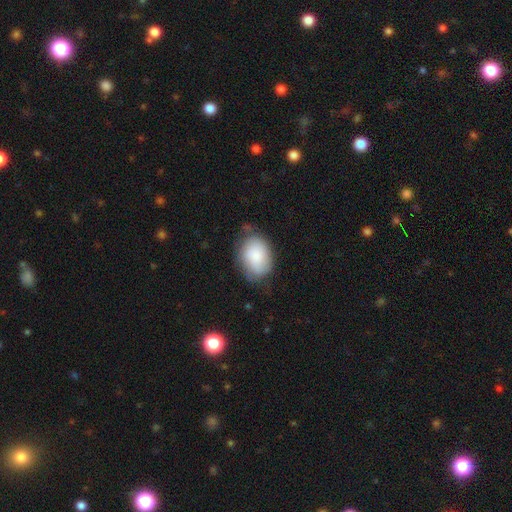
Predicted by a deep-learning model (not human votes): The model was most divided on "merging": none: 55%, minor disturbance: 32%, major disturbance: 10%, merger: 3%. More confident: smooth or featured — smooth (79%); how rounded — in between (71%).